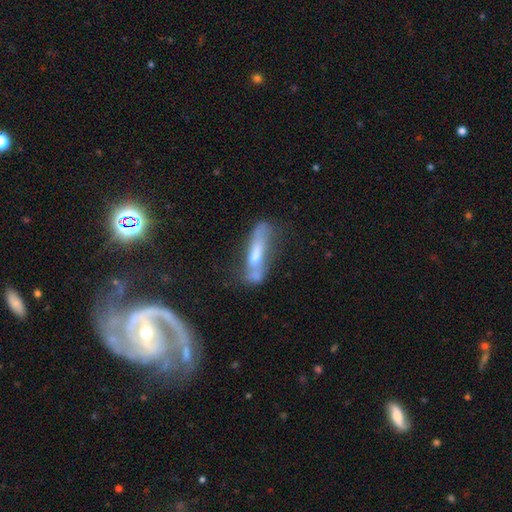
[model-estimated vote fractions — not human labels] A featured or disk galaxy (54%) viewed edge-on (53%).

Vote fractions:
- Smooth or featured? featured or disk: 54% / smooth: 37% / star or artifact: 9%
- Edge-on disk? yes: 53% / no: 47%
- Merging? none: 41% / minor disturbance: 26% / major disturbance: 19% / merger: 14%